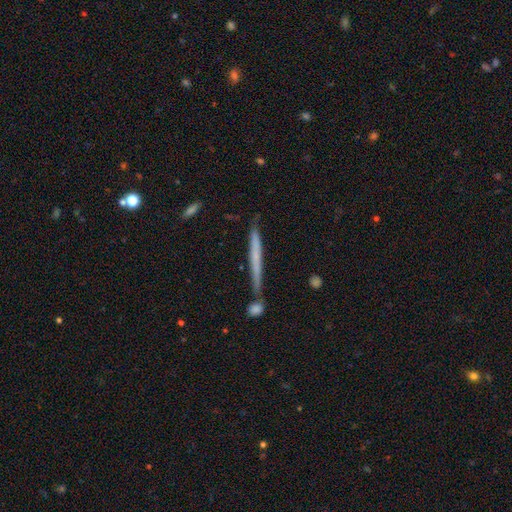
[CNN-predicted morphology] A smooth galaxy with no disk features (47%). Merging: none (75%).